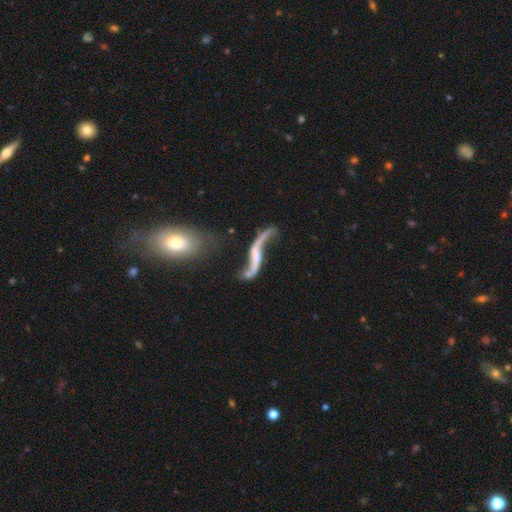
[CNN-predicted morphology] A featured or disk galaxy (86%) with no bar (40%), 2 (91%) loose (95%) spiral arms (91%) and no central bulge (44%). Merging: none (47%).